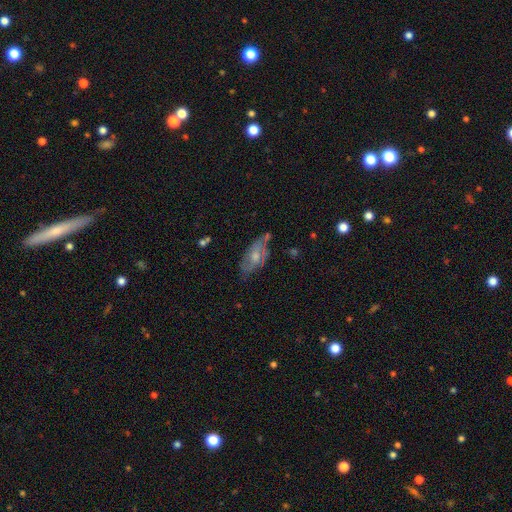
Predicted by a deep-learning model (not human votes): smooth_or_featured: featured or disk (p=0.51) [alt: smooth p=0.42]
disk_edge_on: no (p=0.85) [alt: yes p=0.15]
merging: none (p=0.53) [alt: minor disturbance p=0.31]